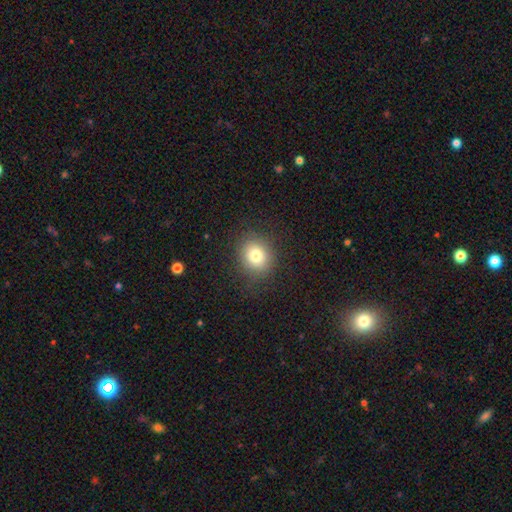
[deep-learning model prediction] This is likely a smooth galaxy (78%). How rounded: likely round (75%). Merging: clearly none (85%).